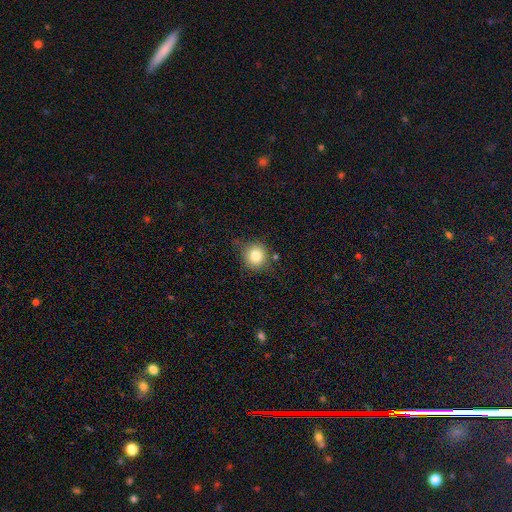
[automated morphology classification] smooth_or_featured: smooth (p=0.80) [alt: star or artifact p=0.11]
how_rounded: round (p=0.91) [alt: in between p=0.08]
merging: none (p=0.75) [alt: minor disturbance p=0.17]